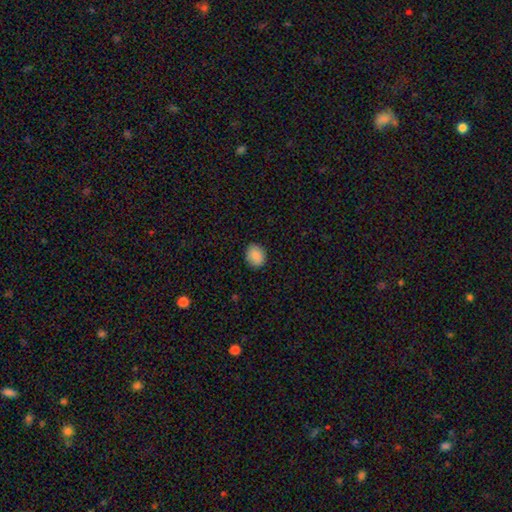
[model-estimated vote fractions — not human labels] A smooth galaxy with no disk features (89%) that is round (62%).

Vote fractions:
- Smooth or featured? smooth: 89% / star or artifact: 8% / featured or disk: 4%
- How rounded? round: 62% / in between: 37% / cigar-shaped: 1%
- Merging? none: 89% / minor disturbance: 8% / major disturbance: 2% / merger: 1%